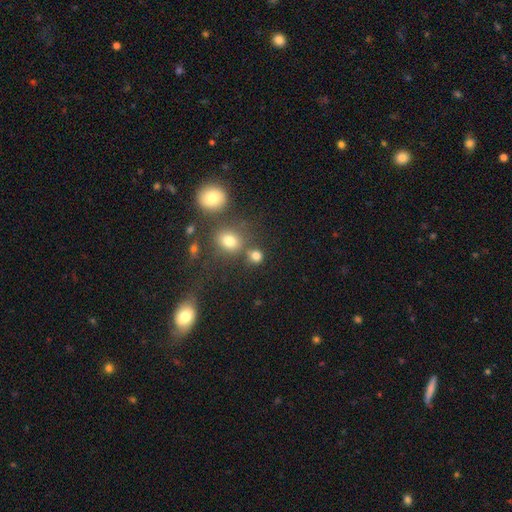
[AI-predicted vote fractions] This appears to be a smooth galaxy with no disk features (78%) that is round (76%). Merging: none (68%).